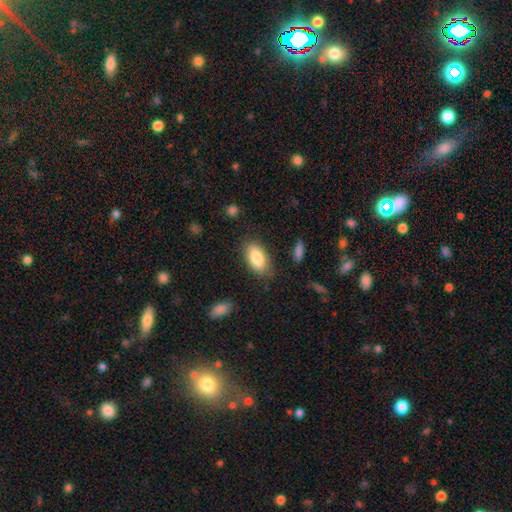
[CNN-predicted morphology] Q: Smooth or featured?
A: smooth (82%); runner-up: featured or disk (11%)
Q: How rounded?
A: in between (89%); runner-up: cigar-shaped (8%)
Q: Merging?
A: none (81%); runner-up: minor disturbance (14%)